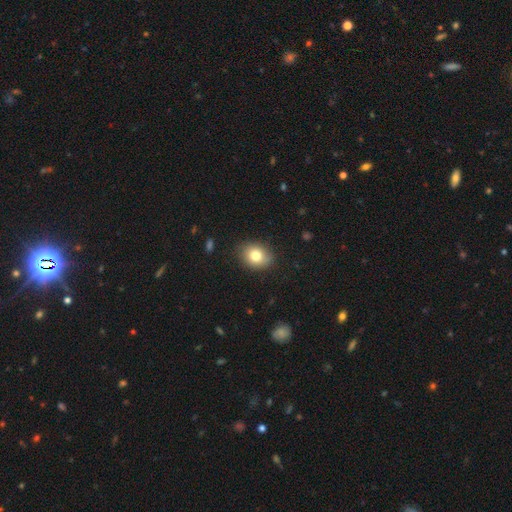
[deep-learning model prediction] smooth-or-featured: smooth: 80% | featured or disk: 11% | star or artifact: 9%
  how-rounded: in between: 52% | round: 47% | cigar-shaped: 1%
  merging: none: 84% | minor disturbance: 12% | major disturbance: 3% | merger: 1%